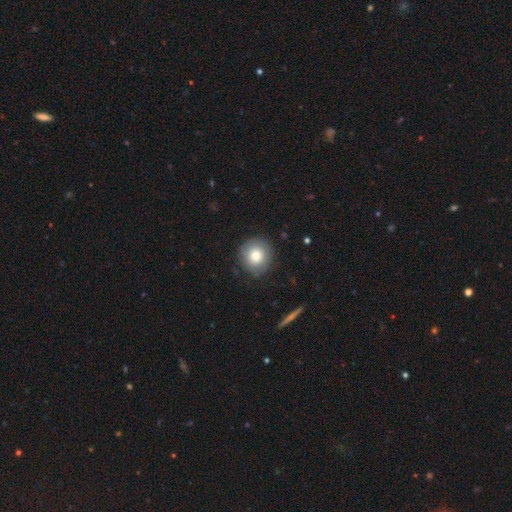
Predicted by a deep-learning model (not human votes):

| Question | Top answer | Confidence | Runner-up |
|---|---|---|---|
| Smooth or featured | smooth | 78% | featured or disk (12%) |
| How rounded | round | 92% | in between (7%) |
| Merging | none | 86% | minor disturbance (10%) |